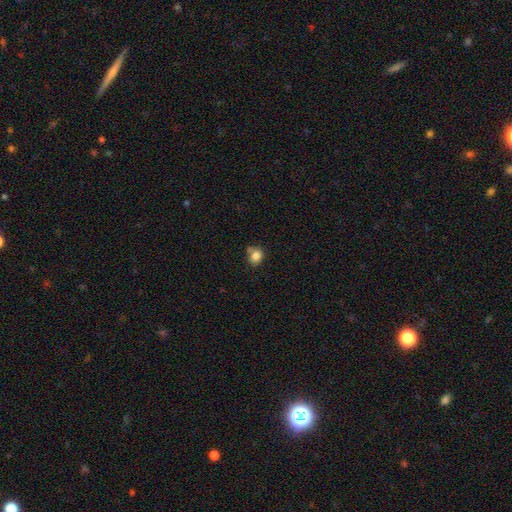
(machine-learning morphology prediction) smooth-or-featured: smooth: 83% | star or artifact: 11% | featured or disk: 6%
  how-rounded: round: 52% | in between: 47% | cigar-shaped: 1%
  merging: none: 57% | minor disturbance: 22% | merger: 14% | major disturbance: 6%